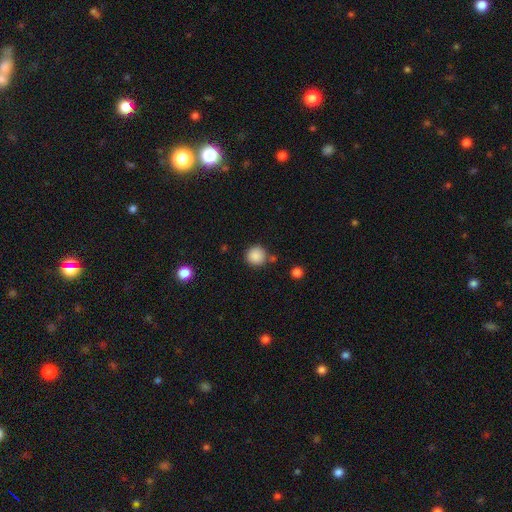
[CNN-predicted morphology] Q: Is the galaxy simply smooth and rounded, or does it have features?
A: smooth — 87%.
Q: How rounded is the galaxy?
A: round — 94%.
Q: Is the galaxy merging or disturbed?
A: none — 82%.